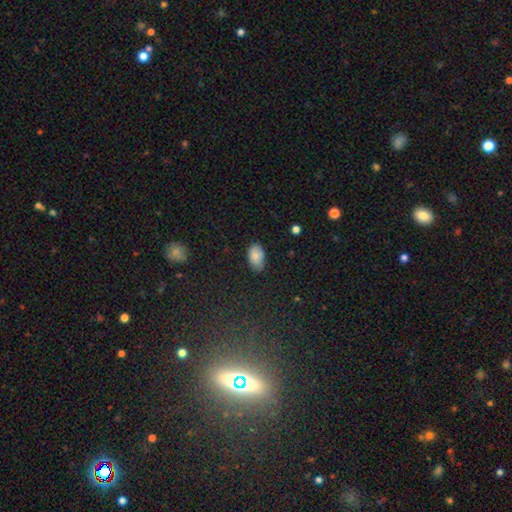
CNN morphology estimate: This is clearly a smooth galaxy (84%). How rounded: clearly in between (93%). Merging: likely none (75%).